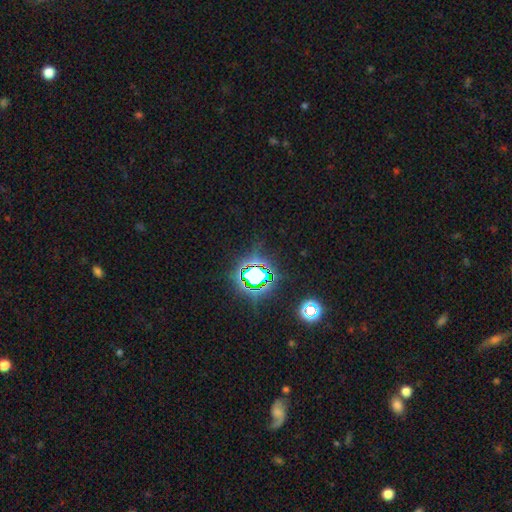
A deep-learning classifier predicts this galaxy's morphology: star or artifact 82%, smooth 11%, featured or disk 7%.